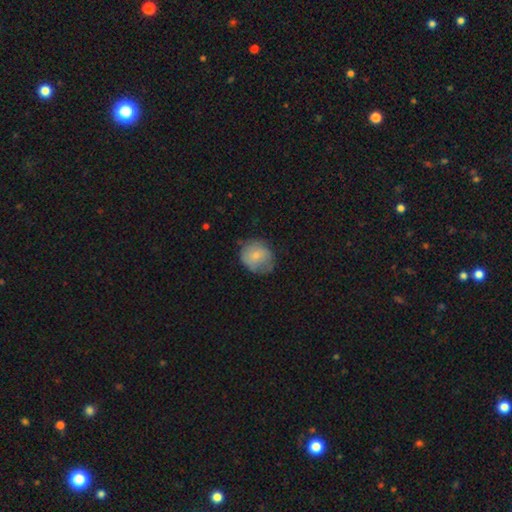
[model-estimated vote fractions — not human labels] Morphology: type=smooth (74%); roundness=round (75%); merging=none (56%).